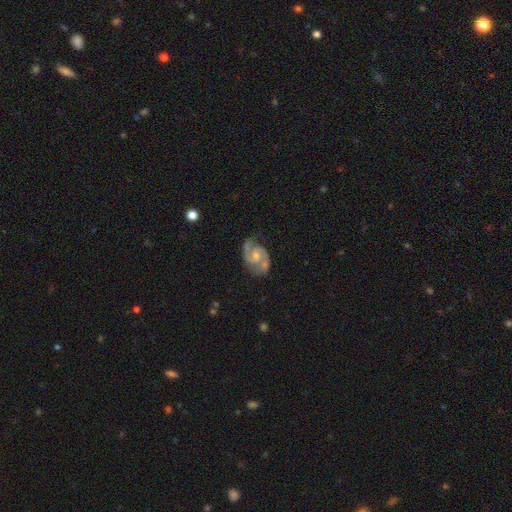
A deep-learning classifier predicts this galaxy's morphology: smooth_or_featured: featured or disk (p=0.89) [alt: smooth p=0.06]
disk_edge_on: no (p=0.98) [alt: yes p=0.02]
bar: no (p=0.51) [alt: weak p=0.40]
has_spiral_arms: yes (p=0.98) [alt: no p=0.02]
spiral_winding: medium (p=0.59) [alt: tight p=0.25]
spiral_arm_count: 2 (p=0.93) [alt: can't tell p=0.02]
bulge_size: small (p=0.48) [alt: moderate p=0.41]
merging: none (p=0.76) [alt: minor disturbance p=0.16]